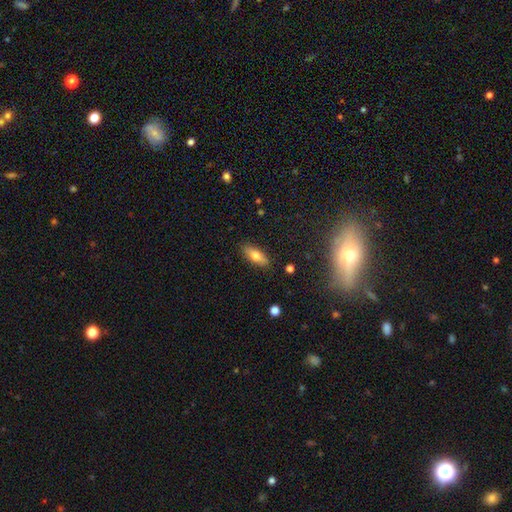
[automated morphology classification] A smooth galaxy with no disk features (71%) that is in between round and cigar-shaped (73%).

Vote fractions:
- Smooth or featured? smooth: 71% / featured or disk: 21% / star or artifact: 8%
- How rounded? in between: 73% / cigar-shaped: 24% / round: 3%
- Merging? none: 87% / minor disturbance: 10% / major disturbance: 2% / merger: 1%